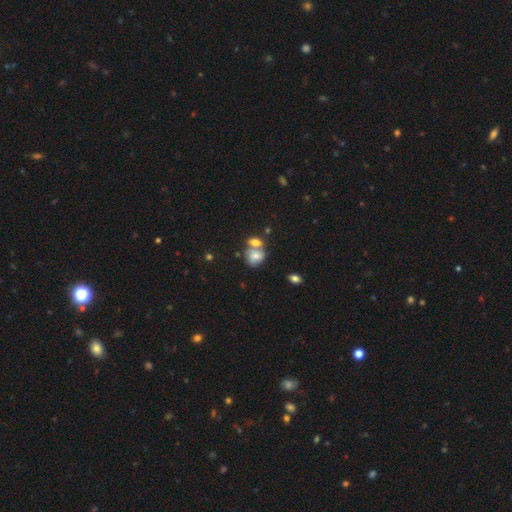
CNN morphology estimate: Overall: smooth (66%). How rounded: round (55%; in between 44%). Merging: merger (46%; none 36%).